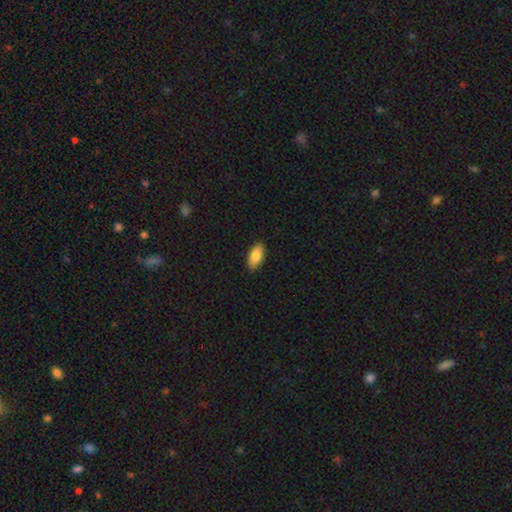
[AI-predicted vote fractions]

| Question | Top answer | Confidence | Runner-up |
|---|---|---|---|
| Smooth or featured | smooth | 85% | featured or disk (9%) |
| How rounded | in between | 89% | cigar-shaped (9%) |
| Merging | none | 89% | minor disturbance (8%) |